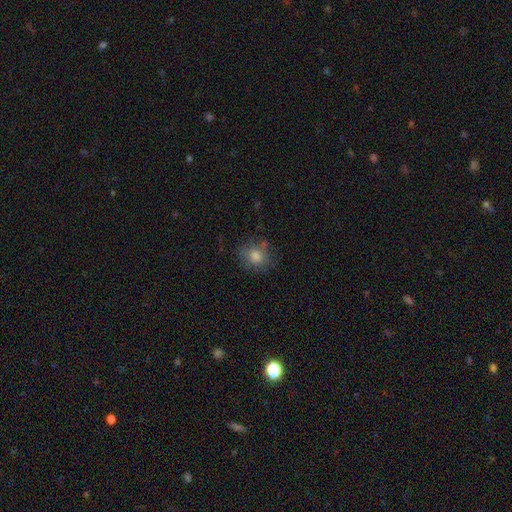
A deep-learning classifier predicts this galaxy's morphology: Smooth or featured? Predicted: smooth (p=0.75). How rounded? Predicted: round (p=0.79). Merging? Predicted: none (p=0.76).